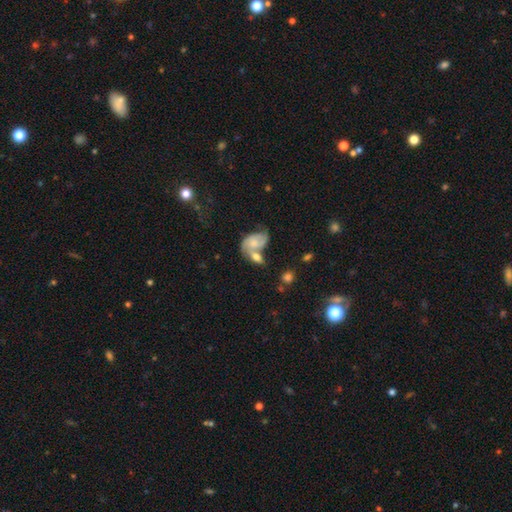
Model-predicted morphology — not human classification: type=featured or disk (56%); edge-on=no (95%); bar=no (66%); spiral arms=yes (83%); bulge=small (44%); merging=merger (49%).